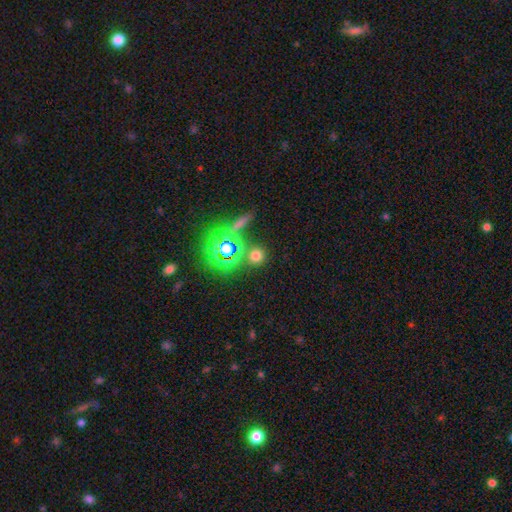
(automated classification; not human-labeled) The model was most divided on "smooth or featured": smooth: 63%, star or artifact: 29%, featured or disk: 8%. More confident: how rounded — round (88%); merging — none (81%).